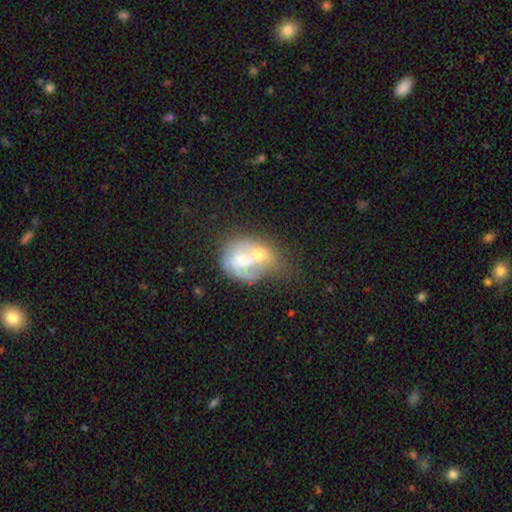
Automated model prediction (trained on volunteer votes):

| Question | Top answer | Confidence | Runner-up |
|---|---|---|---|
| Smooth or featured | featured or disk | 57% | smooth (36%) |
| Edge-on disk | no | 97% | yes (3%) |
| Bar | no | 69% | weak (25%) |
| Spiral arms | yes | 54% | no (46%) |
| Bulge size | moderate | 59% | small (28%) |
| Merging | merger | 71% | none (13%) |